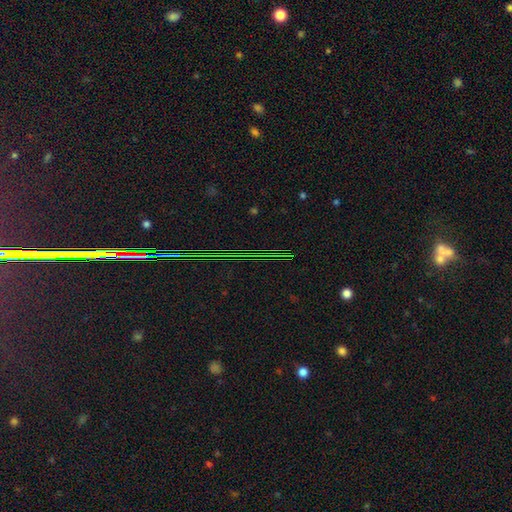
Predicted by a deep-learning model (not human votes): Smooth or featured? star or artifact (83%)